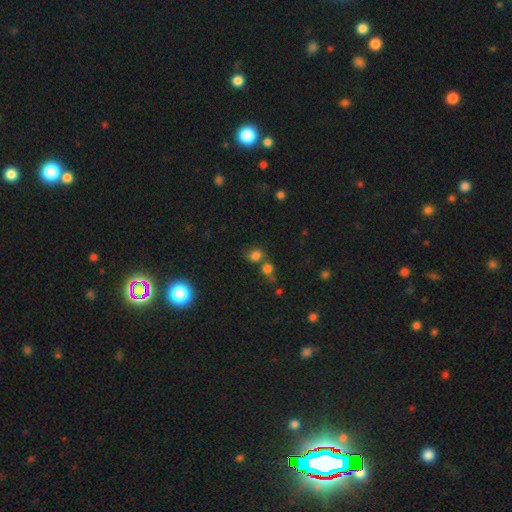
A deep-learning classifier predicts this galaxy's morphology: Smooth or featured? smooth (73%)
How rounded? round (72%)
Merging? none (55%)